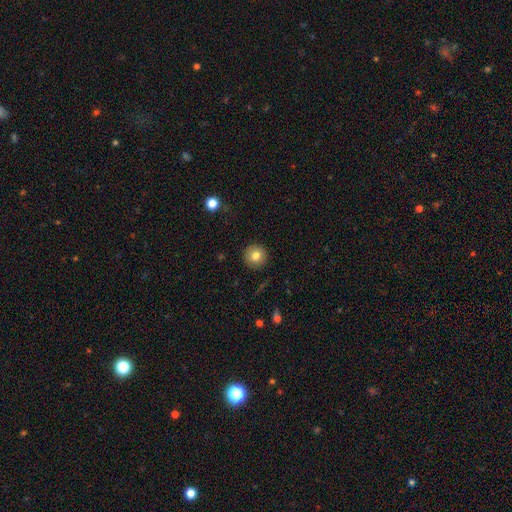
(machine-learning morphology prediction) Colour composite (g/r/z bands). It shows a smooth galaxy with no disk features (79%) that is round (95%). Merging: none (92%).